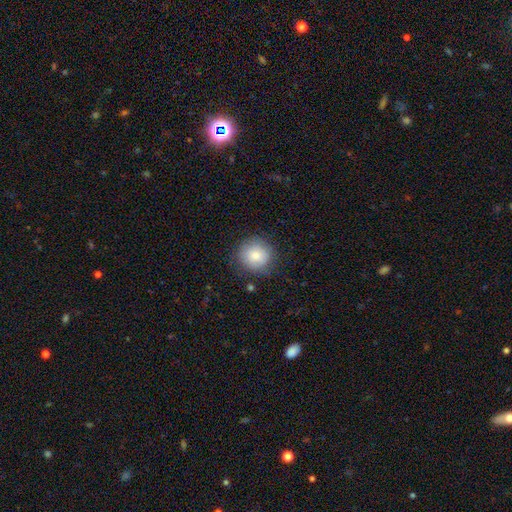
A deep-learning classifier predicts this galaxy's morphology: smooth 82%, featured or disk 9%, star or artifact 8%. Down the decision tree: how rounded — round (92%); merging — none (82%).